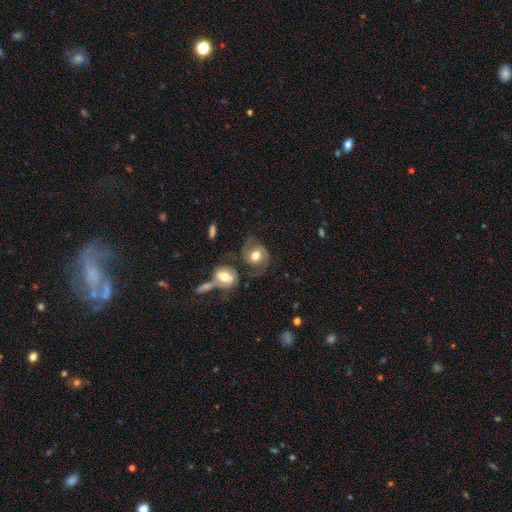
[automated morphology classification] This is likely a featured or disk galaxy (61%). It is clearly not viewed edge-on (97%). Bar: likely no (63%). Spiral arm pattern: clearly yes (85%). Central bulge: likely moderate (64%). Merging: possibly none (57%).